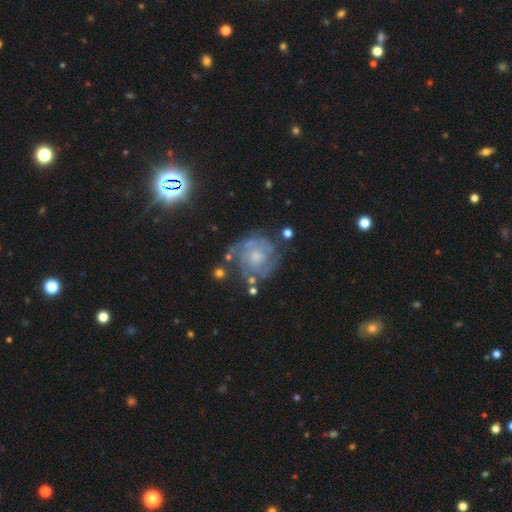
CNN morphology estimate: A featured or disk galaxy (78%) with no bar (77%), tight (61%) spiral arms (87%) and a small central bulge (46%).

Vote fractions:
- Smooth or featured? featured or disk: 78% / smooth: 15% / star or artifact: 8%
- Edge-on disk? no: 98% / yes: 2%
- Bar? no: 77% / weak: 20% / strong: 3%
- Spiral arms? yes: 87% / no: 13%
- Spiral winding? tight: 61% / medium: 30% / loose: 10%
- Spiral arm count? can't tell: 37% / 2: 28% / 3: 17% / 4: 7% / 1: 6% / more than 4: 5%
- Bulge size? small: 46% / moderate: 41% / none: 8% / large: 4% / dominant: 1%
- Merging? none: 66% / minor disturbance: 19% / major disturbance: 11% / merger: 5%